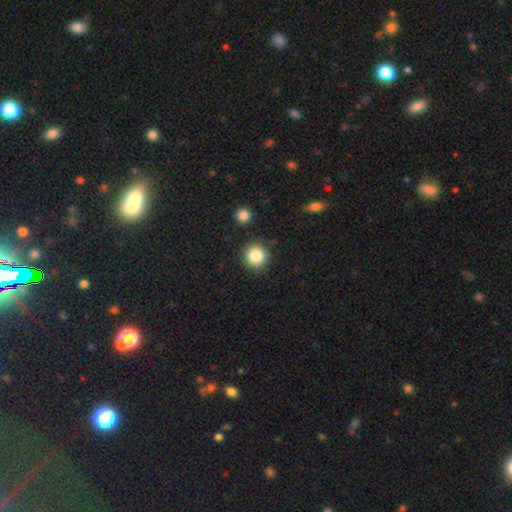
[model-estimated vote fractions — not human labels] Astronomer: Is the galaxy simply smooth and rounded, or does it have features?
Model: smooth — 85%.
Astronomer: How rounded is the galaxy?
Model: round — 94%.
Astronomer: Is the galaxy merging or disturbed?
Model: none — 88%.